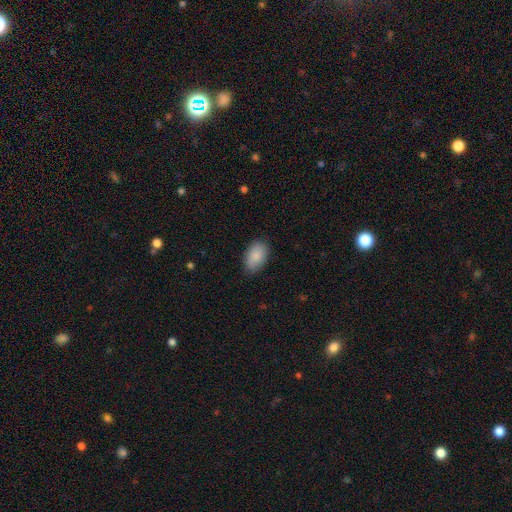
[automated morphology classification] This appears to be a smooth galaxy with no disk features (88%) that is in between round and cigar-shaped (92%). Merging: none (82%).